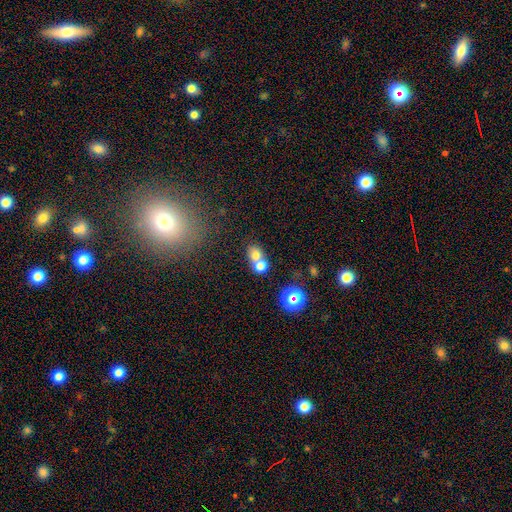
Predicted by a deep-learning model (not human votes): smooth-or-featured: smooth: 69% | featured or disk: 17% | star or artifact: 14%
  how-rounded: round: 60% | in between: 39% | cigar-shaped: 1%
  merging: merger: 60% | none: 31% | minor disturbance: 6% | major disturbance: 3%